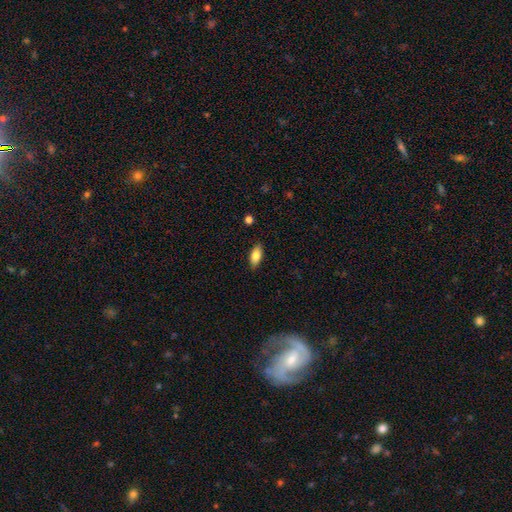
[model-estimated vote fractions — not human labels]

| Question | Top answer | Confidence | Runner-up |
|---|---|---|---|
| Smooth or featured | smooth | 82% | featured or disk (11%) |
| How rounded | in between | 87% | cigar-shaped (11%) |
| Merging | none | 87% | minor disturbance (10%) |